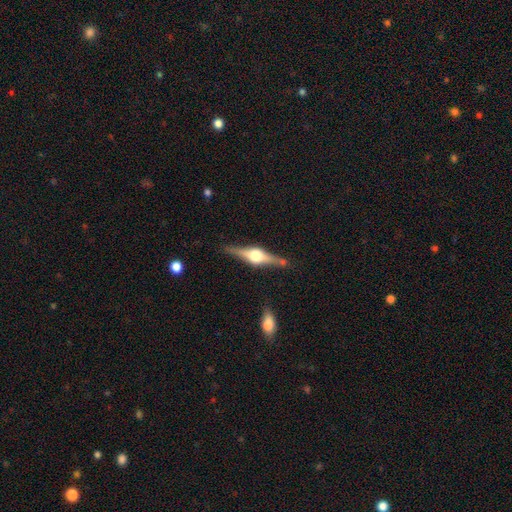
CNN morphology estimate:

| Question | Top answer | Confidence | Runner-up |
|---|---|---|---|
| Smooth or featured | featured or disk | 84% | smooth (11%) |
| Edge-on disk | yes | 98% | no (2%) |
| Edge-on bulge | rounded | 93% | boxy (6%) |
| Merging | none | 85% | minor disturbance (10%) |